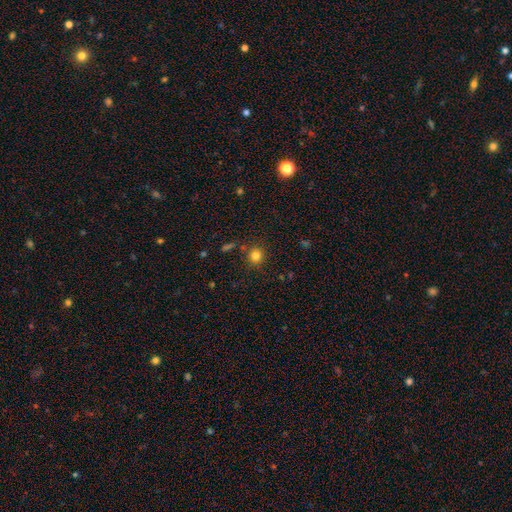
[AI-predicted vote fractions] The model was most divided on "smooth or featured": smooth: 81%, star or artifact: 14%, featured or disk: 6%. More confident: how rounded — round (91%); merging — none (84%).